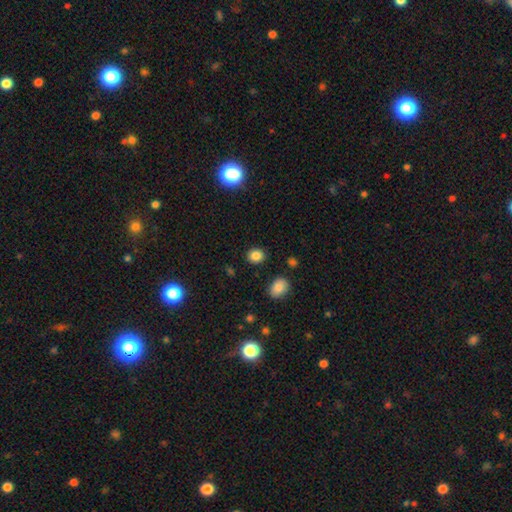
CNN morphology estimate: Overall: smooth (85%). How rounded: round (68%; in between 31%). Merging: none (88%).